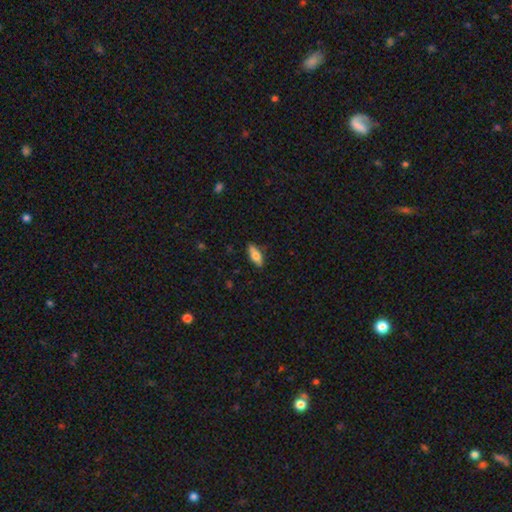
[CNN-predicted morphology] smooth_or_featured: smooth (p=0.72) [alt: featured or disk p=0.22]
how_rounded: in between (p=0.73) [alt: cigar-shaped p=0.25]
merging: none (p=0.82) [alt: minor disturbance p=0.14]